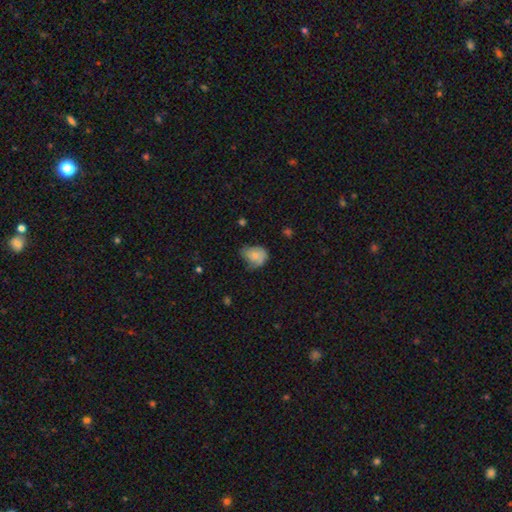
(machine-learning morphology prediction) A smooth galaxy with no disk features (64%) that is in between round and cigar-shaped (61%).

Vote fractions:
- Smooth or featured? smooth: 64% / featured or disk: 27% / star or artifact: 8%
- How rounded? in between: 61% / round: 37% / cigar-shaped: 1%
- Merging? none: 41% / minor disturbance: 38% / major disturbance: 19% / merger: 2%